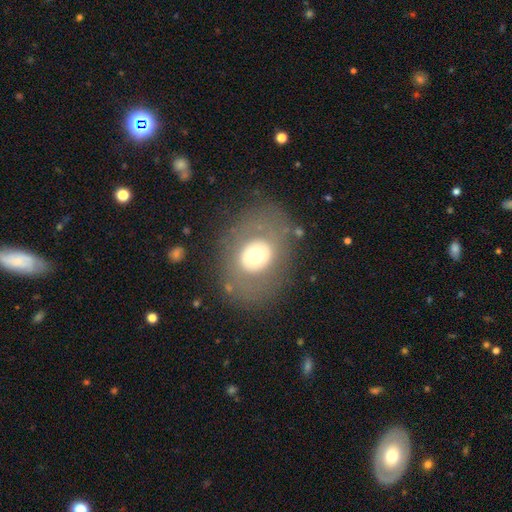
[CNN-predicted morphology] Smooth or featured? Predicted: smooth (p=0.47). Merging? Predicted: none (p=0.76).